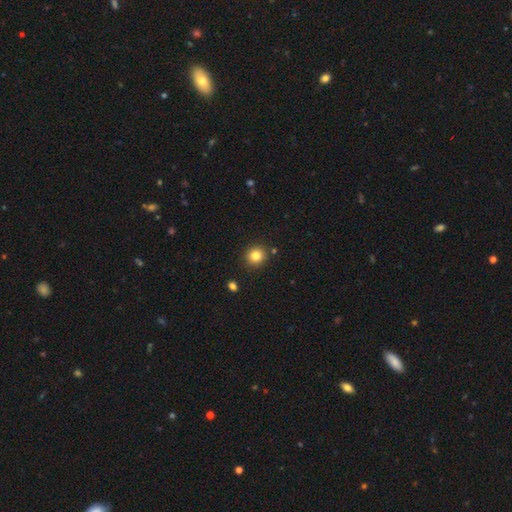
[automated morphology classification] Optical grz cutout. It shows a smooth galaxy with no disk features (82%) that is round (90%). Merging: none (89%).